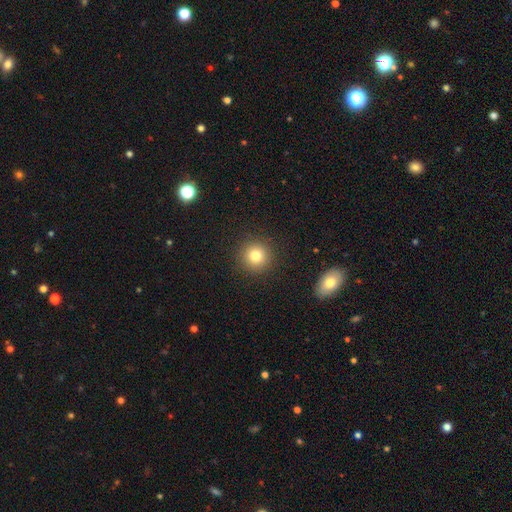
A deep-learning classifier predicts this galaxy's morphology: Smooth or featured? smooth (79%)
How rounded? round (95%)
Merging? none (91%)